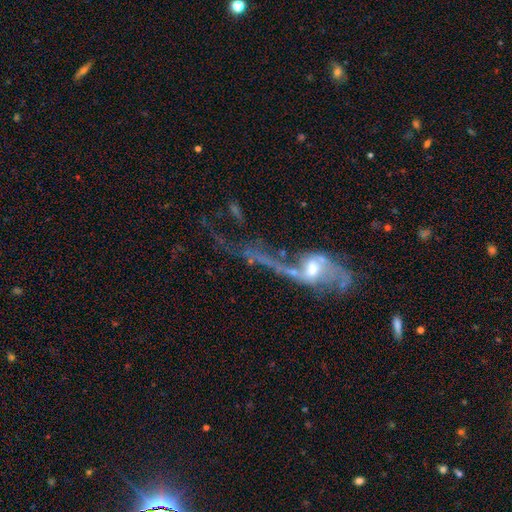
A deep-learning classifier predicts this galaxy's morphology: Q: Smooth or featured?
A: featured or disk (74%); runner-up: smooth (14%)
Q: Edge-on disk?
A: no (88%); runner-up: yes (12%)
Q: Bar?
A: no (57%); runner-up: weak (31%)
Q: Spiral arms?
A: yes (69%); runner-up: no (31%)
Q: Bulge size?
A: moderate (56%); runner-up: small (27%)
Q: Merging?
A: major disturbance (47%); runner-up: merger (23%)